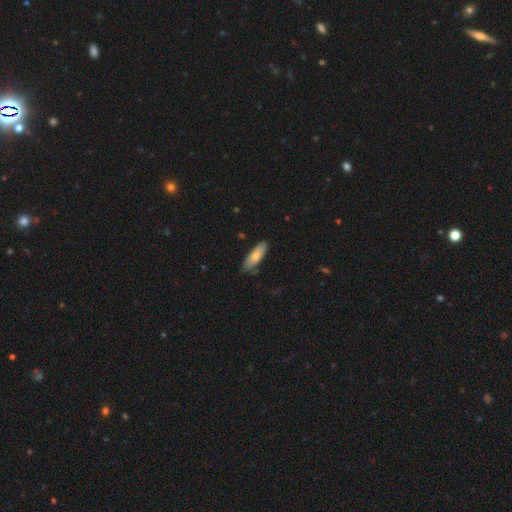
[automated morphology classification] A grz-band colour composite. It shows a smooth galaxy with no disk features (74%) that is in between round and cigar-shaped (62%). Merging: none (79%).